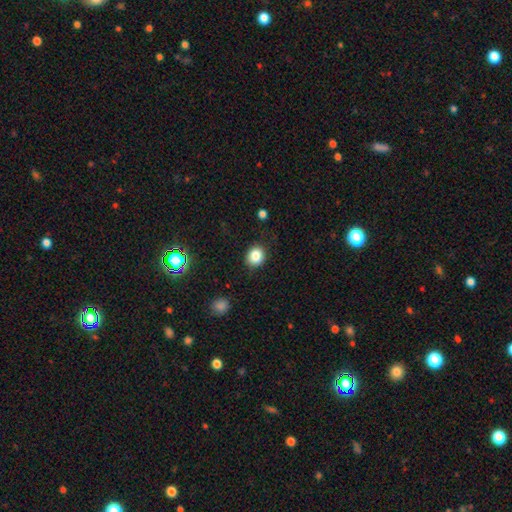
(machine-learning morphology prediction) Smooth or featured: smooth — 84% (star or artifact — 11%)
How rounded: round — 74% (in between — 25%)
Merging: none — 85% (minor disturbance — 11%)